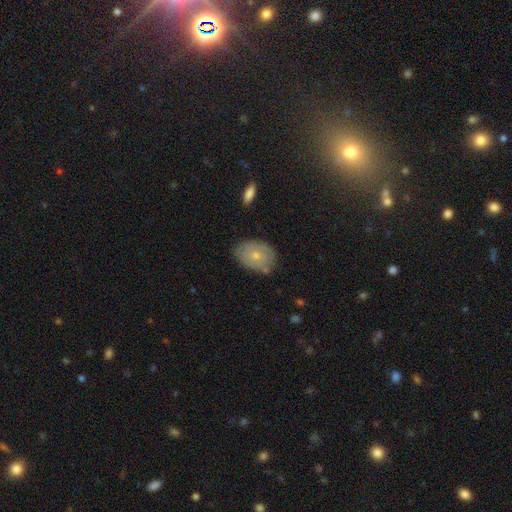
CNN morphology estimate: Smooth or featured? smooth (53%)
How rounded? in between (75%)
Merging? none (74%)